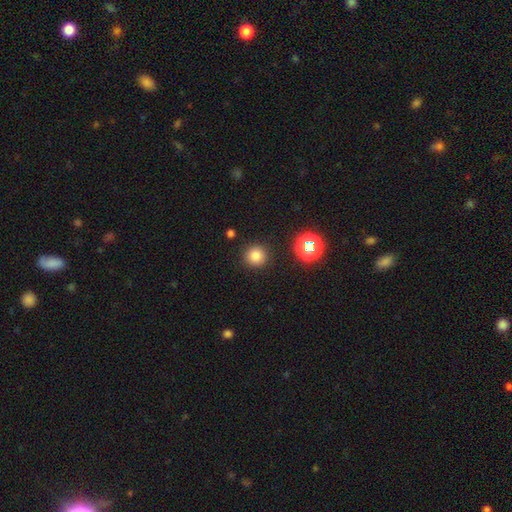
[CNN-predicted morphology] This is likely a smooth galaxy (80%). How rounded: clearly round (95%). Merging: clearly none (90%).